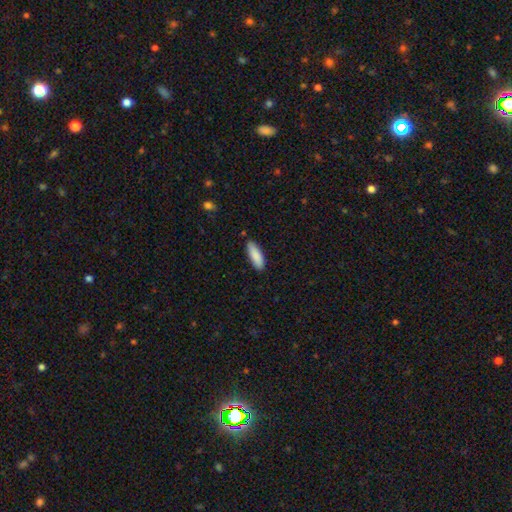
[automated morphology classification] Smooth or featured? Predicted: smooth (p=0.88). How rounded? Predicted: in between (p=0.57). Merging? Predicted: none (p=0.85).